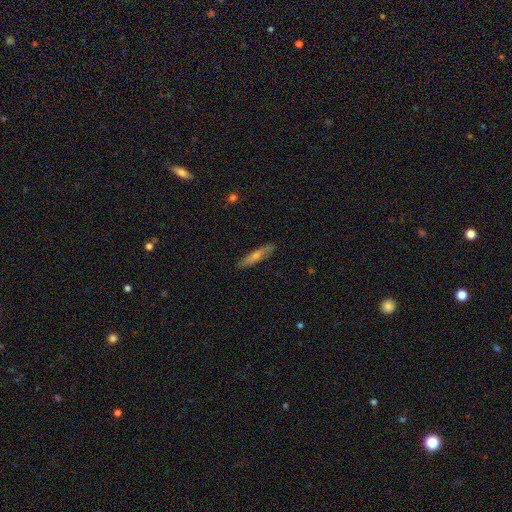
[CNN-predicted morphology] This appears to be a smooth galaxy with no disk features (48%). Merging: none (87%).